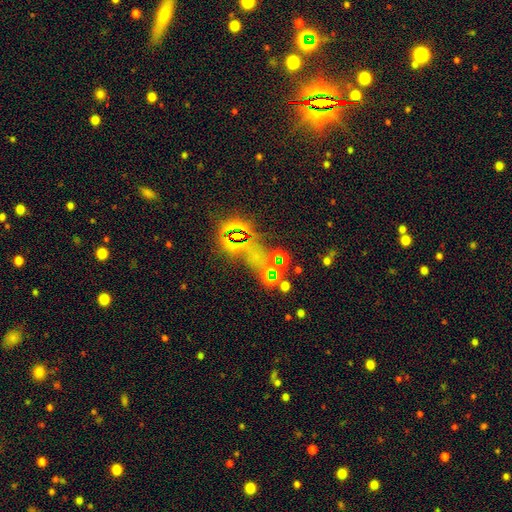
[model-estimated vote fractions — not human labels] Q: Smooth or featured?
A: star or artifact (72%); runner-up: smooth (17%)